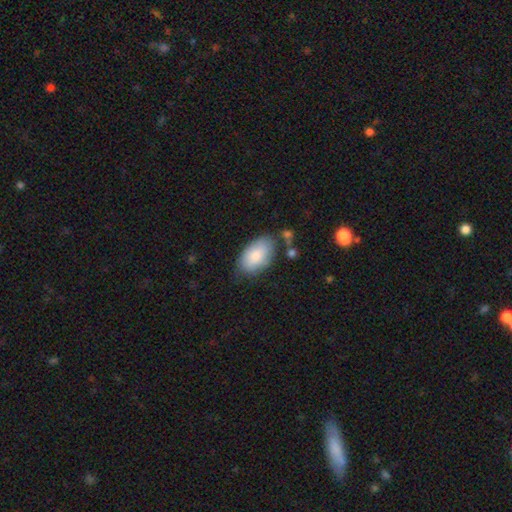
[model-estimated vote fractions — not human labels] A smooth galaxy with no disk features (84%) that is in between round and cigar-shaped (94%). Merging: none (67%).